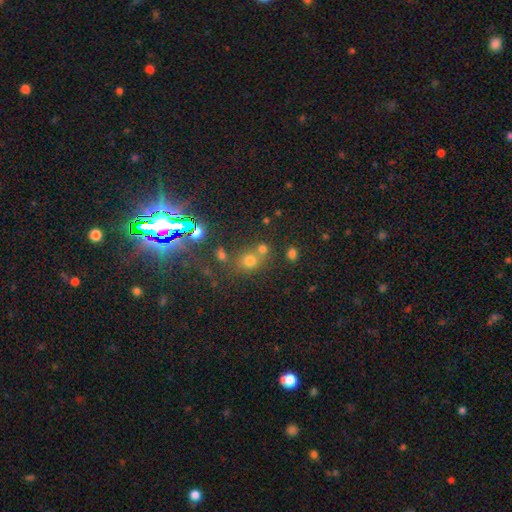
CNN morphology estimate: Smooth or featured? star or artifact (55%)